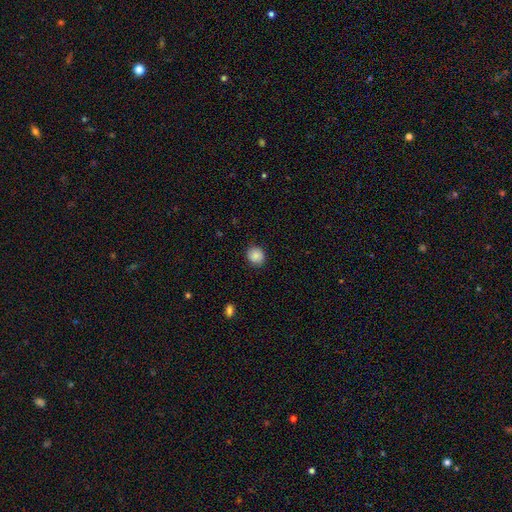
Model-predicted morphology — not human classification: Q: Smooth or featured?
A: smooth (87%); runner-up: star or artifact (8%)
Q: How rounded?
A: round (83%); runner-up: in between (16%)
Q: Merging?
A: none (88%); runner-up: minor disturbance (9%)